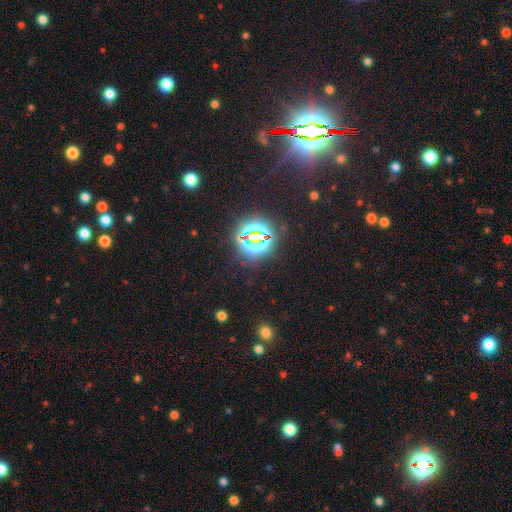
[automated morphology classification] star or artifact 80%, smooth 12%, featured or disk 8%.